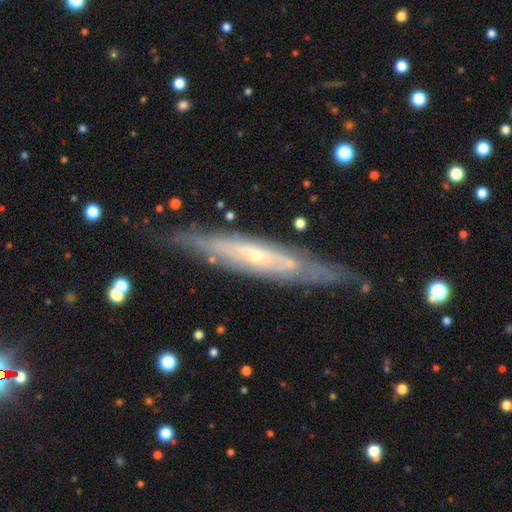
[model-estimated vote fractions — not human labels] smooth_or_featured: featured or disk (p=0.77) [alt: smooth p=0.16]
disk_edge_on: yes (p=0.67) [alt: no p=0.33]
edge_on_bulge: rounded (p=0.55) [alt: none p=0.42]
merging: none (p=0.78) [alt: minor disturbance p=0.16]